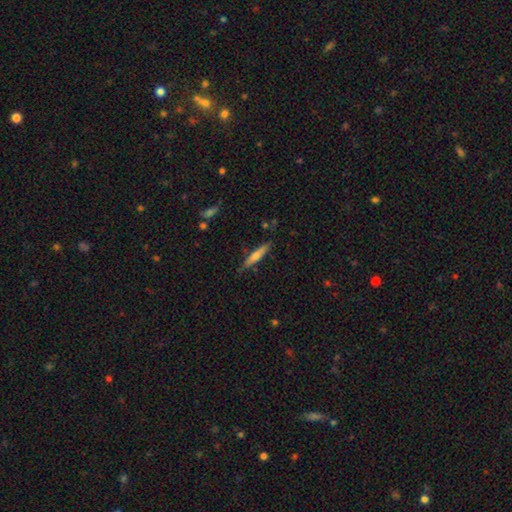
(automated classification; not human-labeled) Smooth or featured? Predicted: smooth (p=0.49). Merging? Predicted: none (p=0.83).